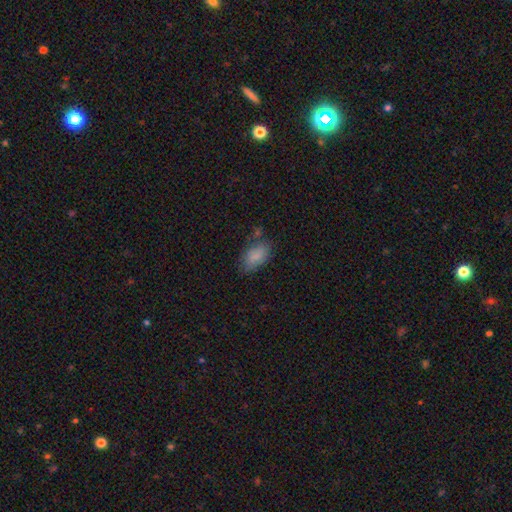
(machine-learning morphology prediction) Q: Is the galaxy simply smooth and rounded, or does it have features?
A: smooth — 85%.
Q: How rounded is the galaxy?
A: in between — 92%.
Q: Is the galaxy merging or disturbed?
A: none — 68%.